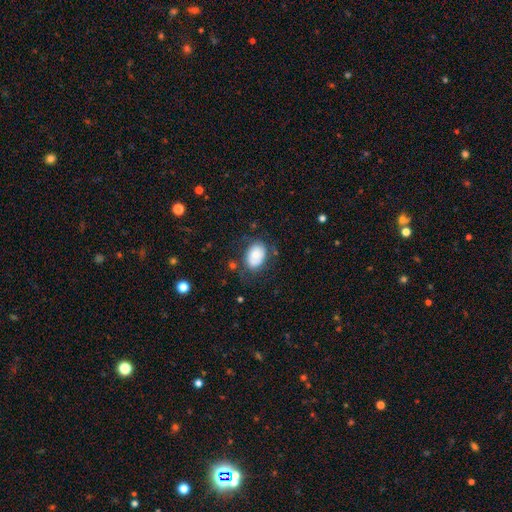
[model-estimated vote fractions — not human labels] This appears to be a smooth galaxy with no disk features (72%) that is in between round and cigar-shaped (79%). Merging: none (64%).